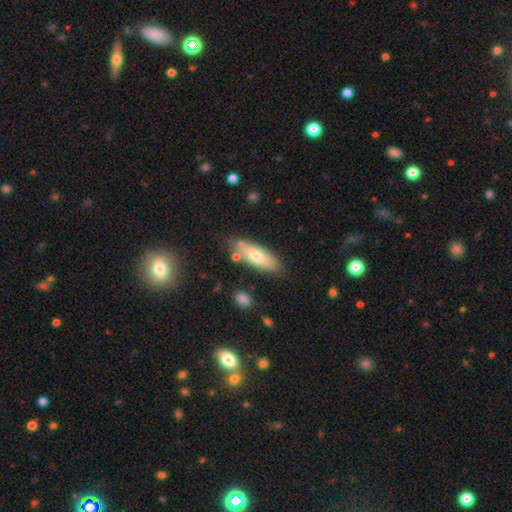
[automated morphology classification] Smooth or featured? Predicted: smooth (p=0.67). How rounded? Predicted: in between (p=0.61). Merging? Predicted: none (p=0.76).